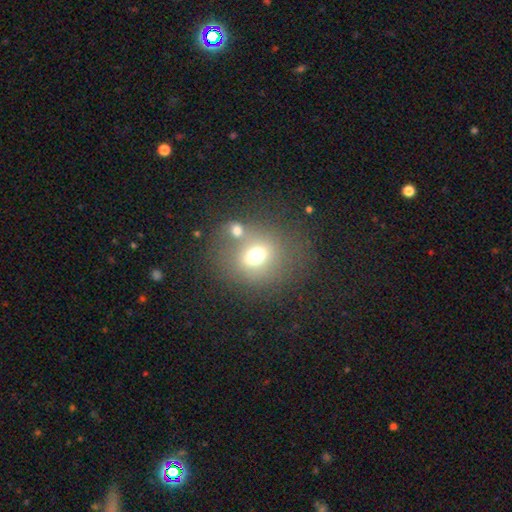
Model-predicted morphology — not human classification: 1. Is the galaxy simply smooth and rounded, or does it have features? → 67% smooth, 18% featured or disk, 16% star or artifact.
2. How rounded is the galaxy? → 65% round, 34% in between, 1% cigar-shaped.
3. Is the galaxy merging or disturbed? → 50% none, 29% merger, 12% minor disturbance, 8% major disturbance.